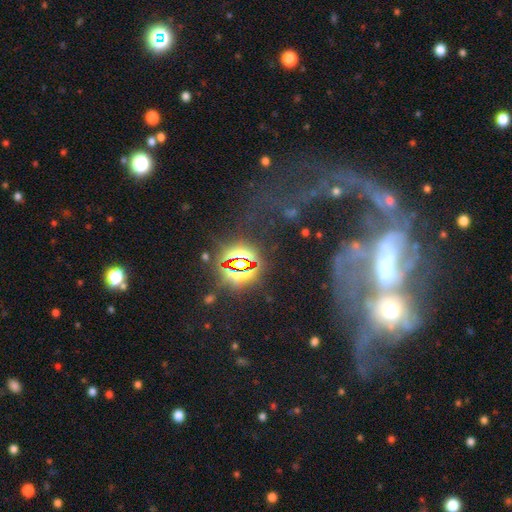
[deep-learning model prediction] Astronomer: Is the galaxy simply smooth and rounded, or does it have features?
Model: featured or disk — 58%.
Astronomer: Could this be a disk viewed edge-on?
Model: no — 92%.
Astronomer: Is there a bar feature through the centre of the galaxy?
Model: no — 51% (runner-up: weak, 28%).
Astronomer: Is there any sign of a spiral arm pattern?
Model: yes — 59% (runner-up: no, 41%).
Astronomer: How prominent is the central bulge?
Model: moderate — 40% (runner-up: small, 32%).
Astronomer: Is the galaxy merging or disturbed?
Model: merger — 54%.